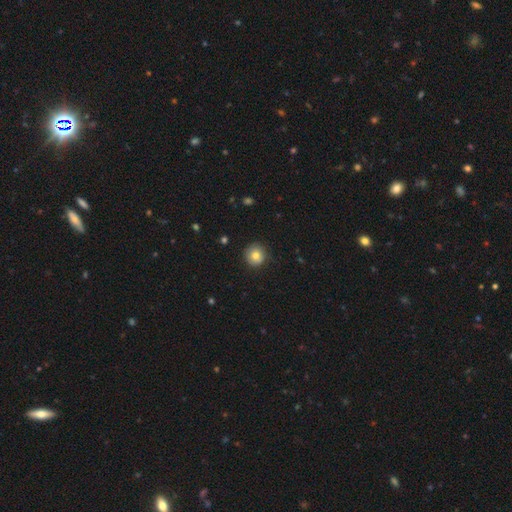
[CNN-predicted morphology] type=smooth (78%); roundness=round (95%); merging=none (87%).